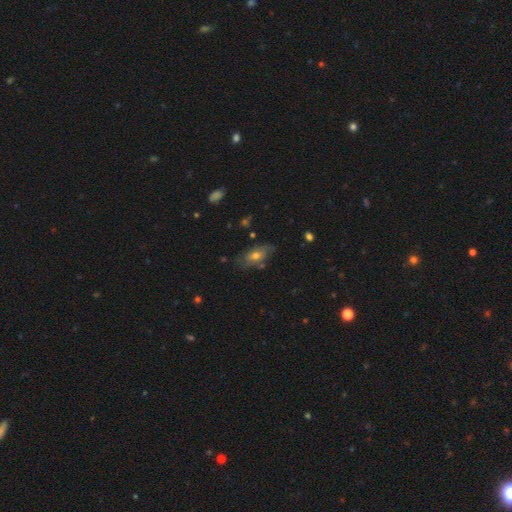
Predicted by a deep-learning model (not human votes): This appears to be a smooth galaxy with no disk features (52%) that is in between round and cigar-shaped (82%). Merging: none (67%).